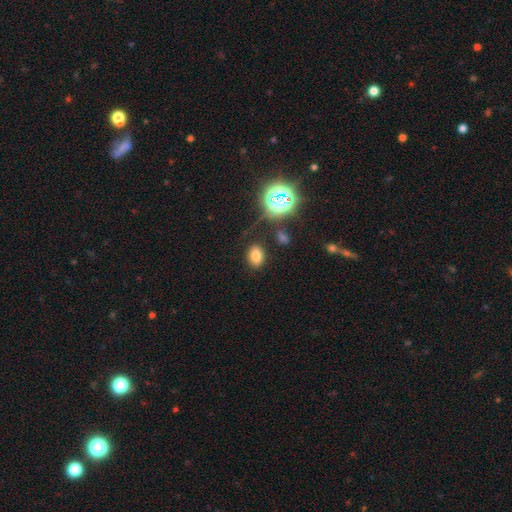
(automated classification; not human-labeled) A smooth galaxy with no disk features (73%) that is in between round and cigar-shaped (78%). Merging: none (83%).